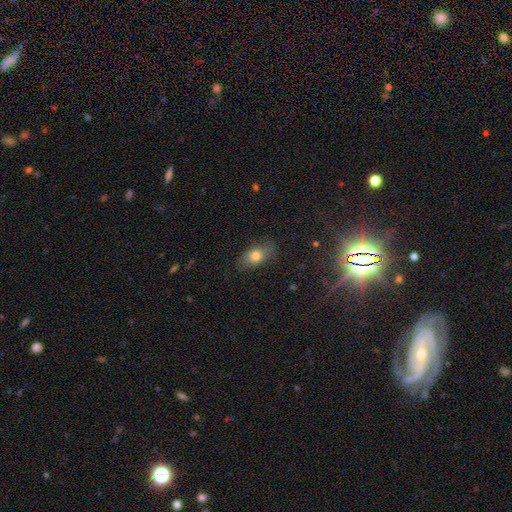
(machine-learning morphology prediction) type=smooth (74%); roundness=in between (85%); merging=none (79%).